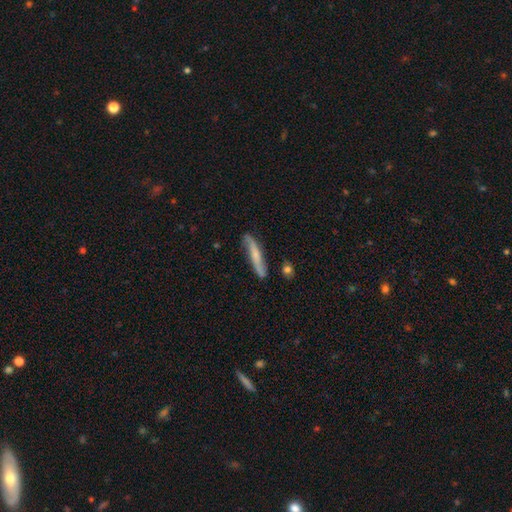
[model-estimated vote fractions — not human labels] This appears to be a featured or disk galaxy (52%) viewed edge-on (62%). Merging: none (75%).